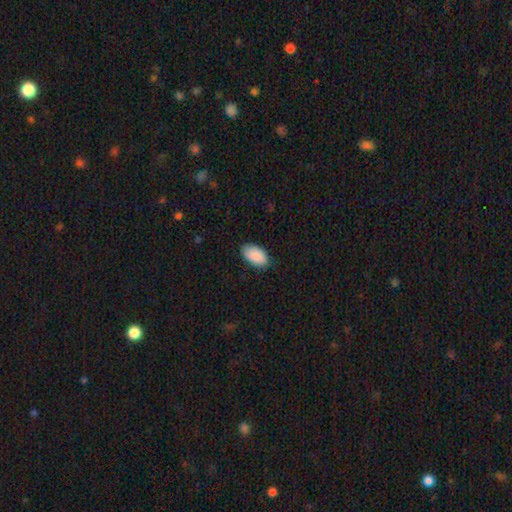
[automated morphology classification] Overall: smooth (90%). How rounded: in between (95%). Merging: none (80%).